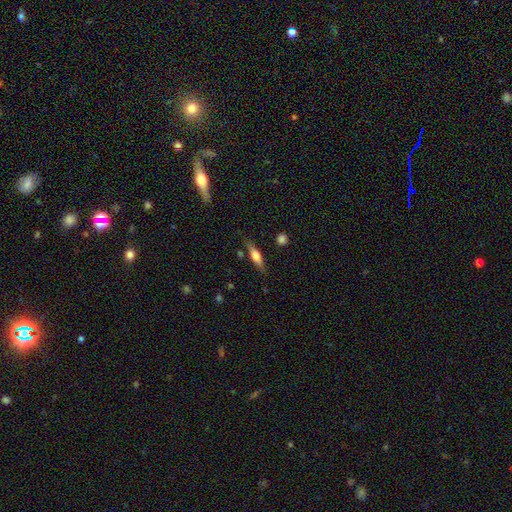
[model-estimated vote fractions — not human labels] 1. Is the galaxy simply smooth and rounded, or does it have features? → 50% smooth, 43% featured or disk, 7% star or artifact.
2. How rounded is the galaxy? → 64% cigar-shaped, 33% in between, 3% round.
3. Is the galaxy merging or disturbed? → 79% none, 15% minor disturbance, 4% major disturbance, 3% merger.